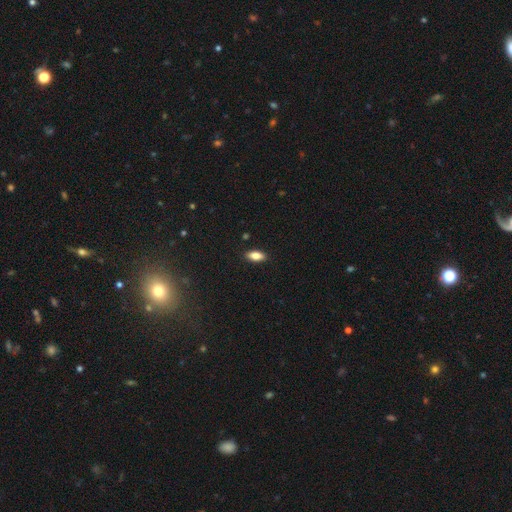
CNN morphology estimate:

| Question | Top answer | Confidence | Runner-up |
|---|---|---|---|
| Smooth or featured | smooth | 79% | featured or disk (13%) |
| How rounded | in between | 85% | cigar-shaped (12%) |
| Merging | none | 89% | minor disturbance (8%) |